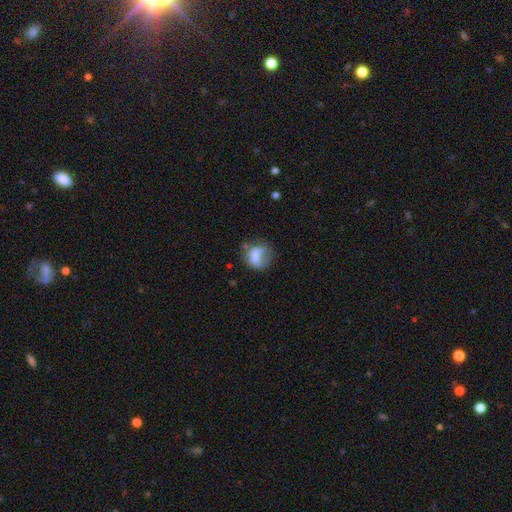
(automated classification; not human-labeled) Smooth or featured? smooth (70%)
How rounded? round (65%)
Merging? none (42%)